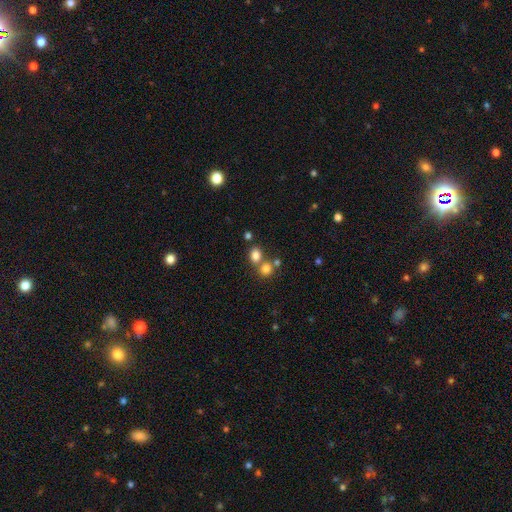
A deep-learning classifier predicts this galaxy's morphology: Smooth or featured? Predicted: smooth (p=0.79). How rounded? Predicted: round (p=0.51). Merging? Predicted: none (p=0.54).